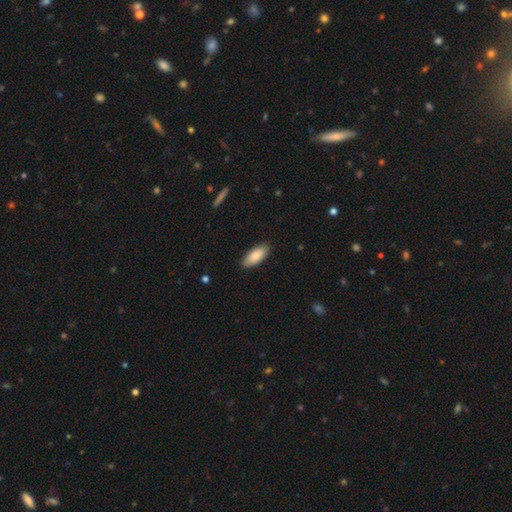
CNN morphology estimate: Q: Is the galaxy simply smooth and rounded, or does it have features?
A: smooth — 87%.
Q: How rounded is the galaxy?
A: in between — 83%.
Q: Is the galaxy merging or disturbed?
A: none — 89%.